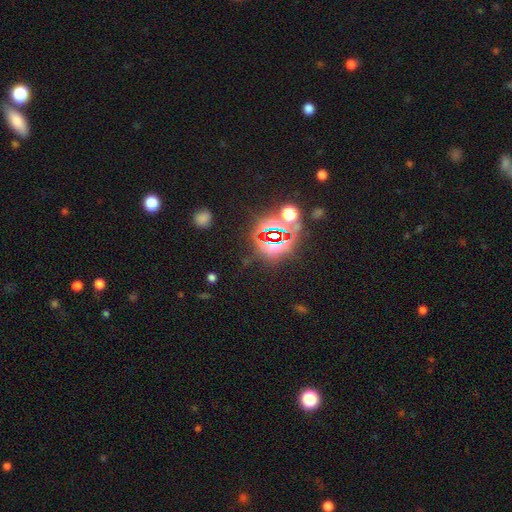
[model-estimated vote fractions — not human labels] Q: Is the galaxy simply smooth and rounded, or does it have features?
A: star or artifact — 79%.